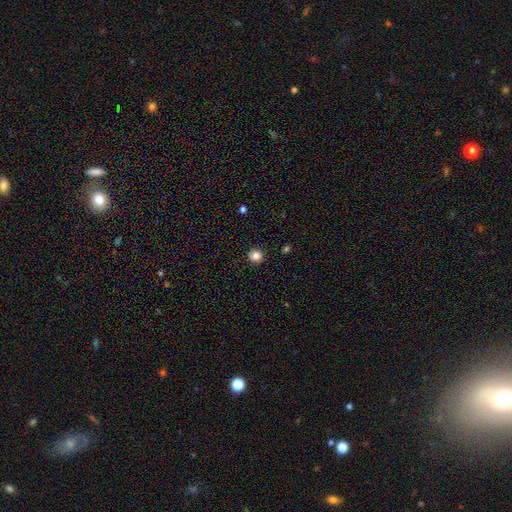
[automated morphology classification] Smooth or featured?
  - smooth: 84% *
  - star or artifact: 11%
  - featured or disk: 5%
How rounded?
  - round: 94% *
  - in between: 5%
  - cigar-shaped: 1%
Merging?
  - none: 92% *
  - minor disturbance: 5%
  - major disturbance: 2%
  - merger: 1%